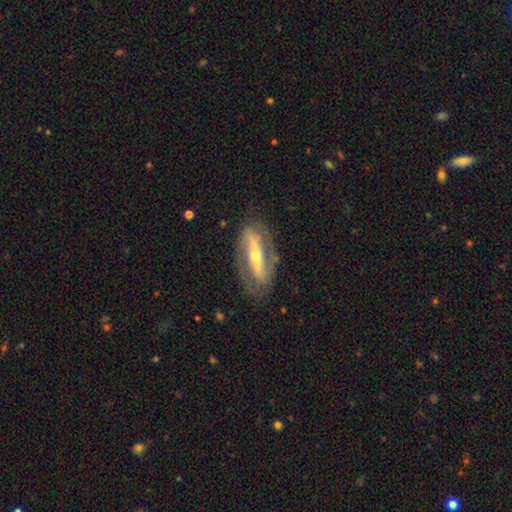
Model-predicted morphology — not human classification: This appears to be a featured or disk galaxy (82%) with a strong bar (70%), 2 (85%) medium (39%) spiral arms (83%) and a small central bulge (48%). Merging: none (77%).